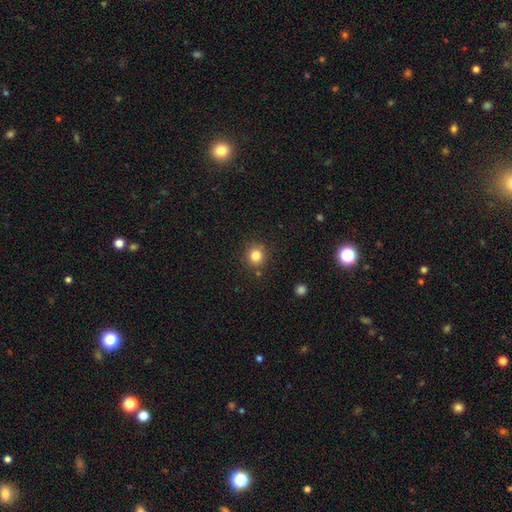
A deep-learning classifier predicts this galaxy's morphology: type=smooth (82%); roundness=round (89%); merging=none (86%).